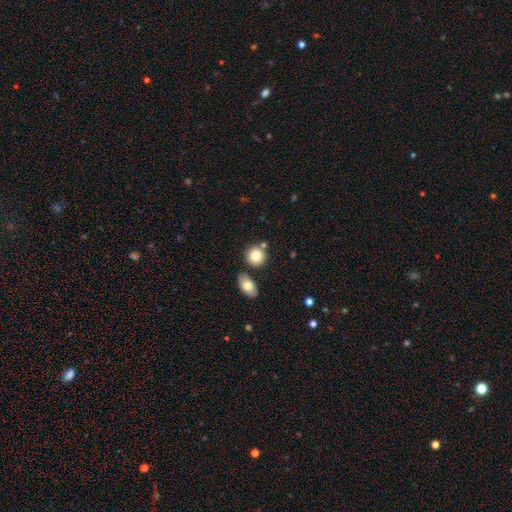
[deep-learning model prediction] smooth 81%, featured or disk 10%, star or artifact 8%. Down the decision tree: how rounded — round (80%); merging — none (72%).